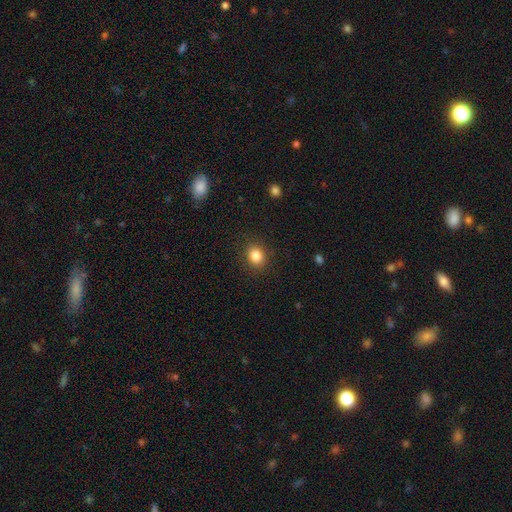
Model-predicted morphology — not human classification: This appears to be a smooth galaxy with no disk features (85%) that is round (66%). Merging: none (88%).